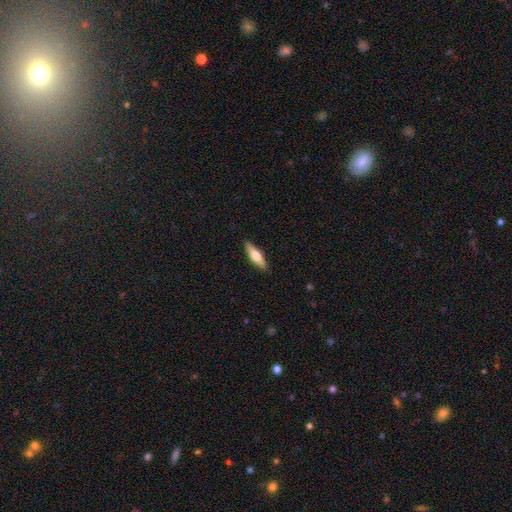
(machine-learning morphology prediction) smooth-or-featured: smooth: 52% | featured or disk: 42% | star or artifact: 5%
  how-rounded: cigar-shaped: 60% | in between: 37% | round: 2%
  merging: none: 90% | minor disturbance: 8% | major disturbance: 2% | merger: 1%